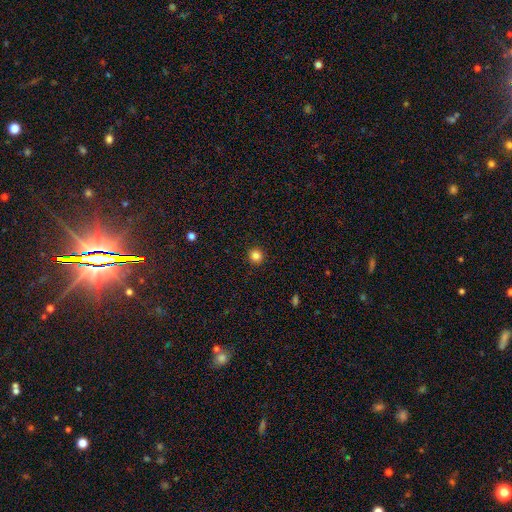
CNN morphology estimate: smooth_or_featured: smooth (p=0.84) [alt: star or artifact p=0.12]
how_rounded: round (p=0.94) [alt: in between p=0.05]
merging: none (p=0.92) [alt: minor disturbance p=0.05]